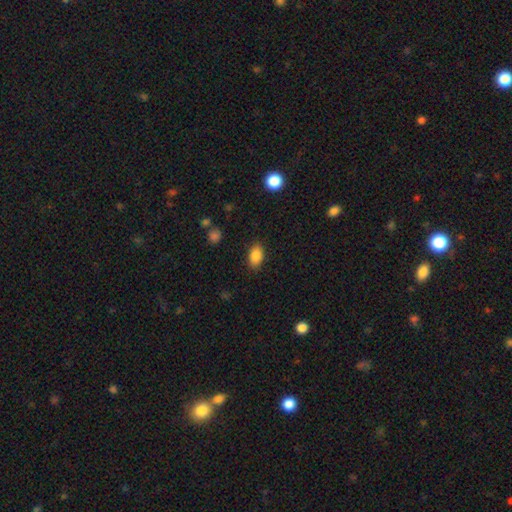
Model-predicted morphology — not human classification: type=smooth (86%); roundness=in between (89%); merging=none (86%).